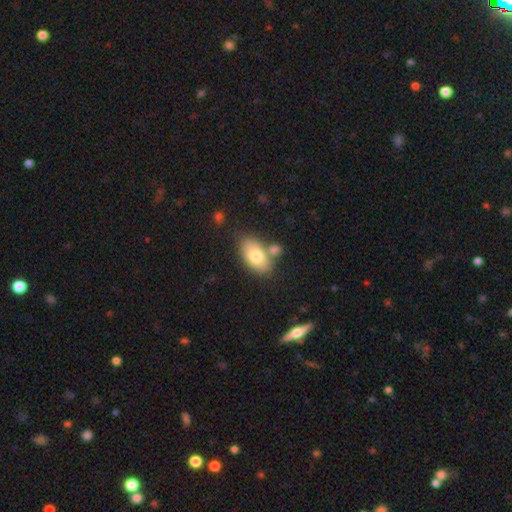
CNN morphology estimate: smooth 76%, featured or disk 17%, star or artifact 7%. Down the decision tree: how rounded — in between (92%); merging — none (68%).